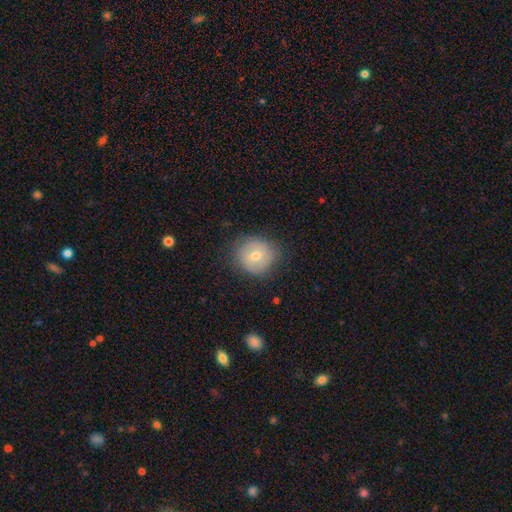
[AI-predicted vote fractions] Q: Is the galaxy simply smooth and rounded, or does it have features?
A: smooth — 56%.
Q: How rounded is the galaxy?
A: round — 86%.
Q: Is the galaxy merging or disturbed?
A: none — 79%.